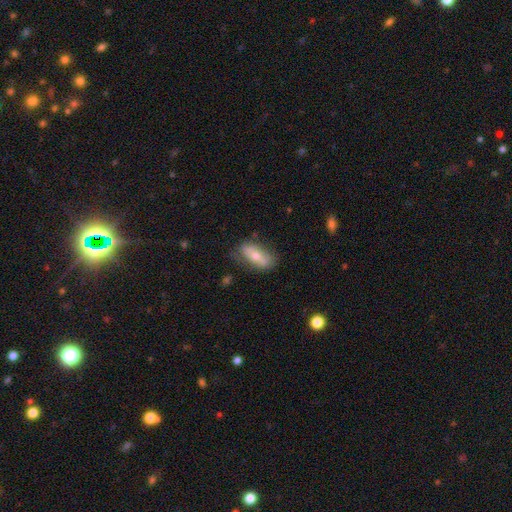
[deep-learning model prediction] This appears to be a smooth galaxy with no disk features (59%) that is in between round and cigar-shaped (83%). Merging: none (69%).